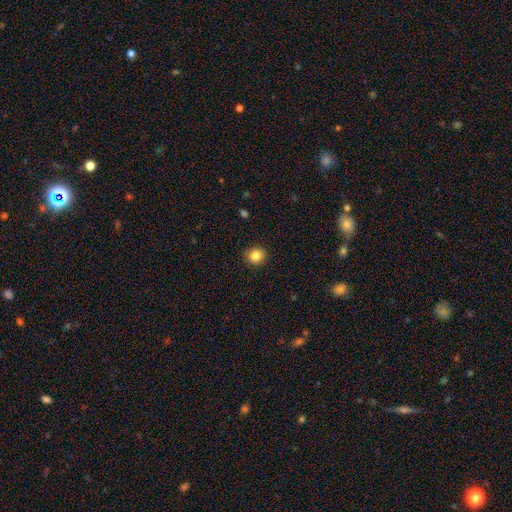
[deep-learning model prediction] A smooth galaxy with no disk features (85%) that is round (89%). Merging: none (91%).